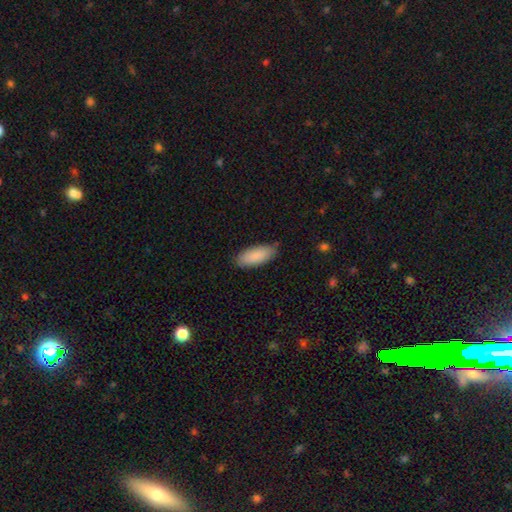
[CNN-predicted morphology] smooth_or_featured: smooth (p=0.89) [alt: star or artifact p=0.06]
how_rounded: in between (p=0.79) [alt: cigar-shaped p=0.20]
merging: none (p=0.83) [alt: minor disturbance p=0.13]